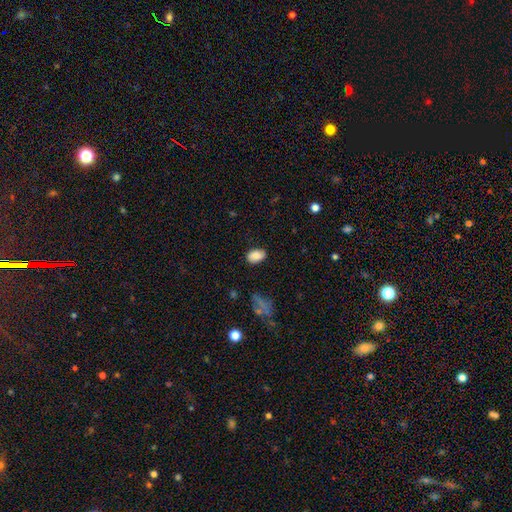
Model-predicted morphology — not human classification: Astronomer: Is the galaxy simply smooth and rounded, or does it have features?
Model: smooth — 87%.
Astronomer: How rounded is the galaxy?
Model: in between — 91%.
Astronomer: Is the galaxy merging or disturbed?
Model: none — 83%.